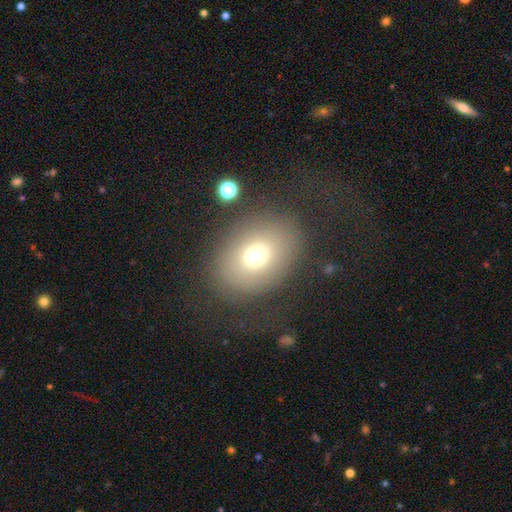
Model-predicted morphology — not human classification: smooth 70%, featured or disk 17%, star or artifact 13%. Down the decision tree: how rounded — in between (63%); merging — none (71%).